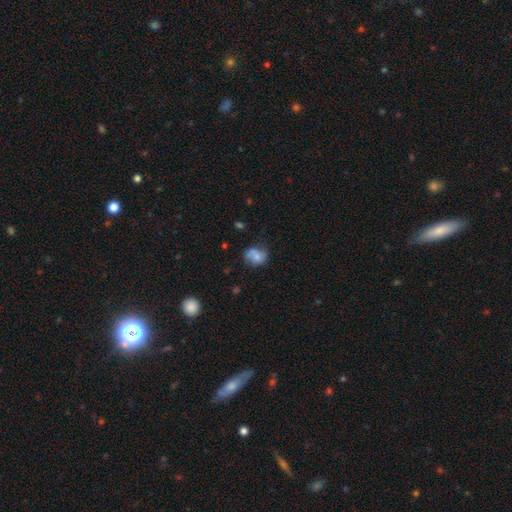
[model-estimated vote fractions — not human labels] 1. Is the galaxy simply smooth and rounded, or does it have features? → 52% smooth, 38% featured or disk, 10% star or artifact.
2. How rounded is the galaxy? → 55% round, 44% in between, 1% cigar-shaped.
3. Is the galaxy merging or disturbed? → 47% none, 28% minor disturbance, 16% major disturbance, 10% merger.